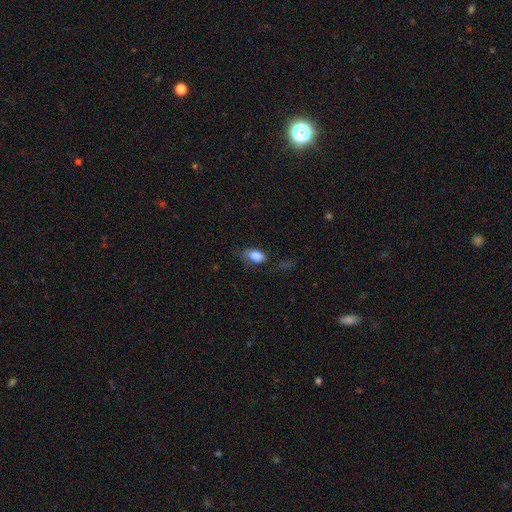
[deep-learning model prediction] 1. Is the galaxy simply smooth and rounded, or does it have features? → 81% smooth, 10% featured or disk, 9% star or artifact.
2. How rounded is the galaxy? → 88% in between, 10% round, 2% cigar-shaped.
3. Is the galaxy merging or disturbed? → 45% none, 28% minor disturbance, 25% major disturbance, 3% merger.